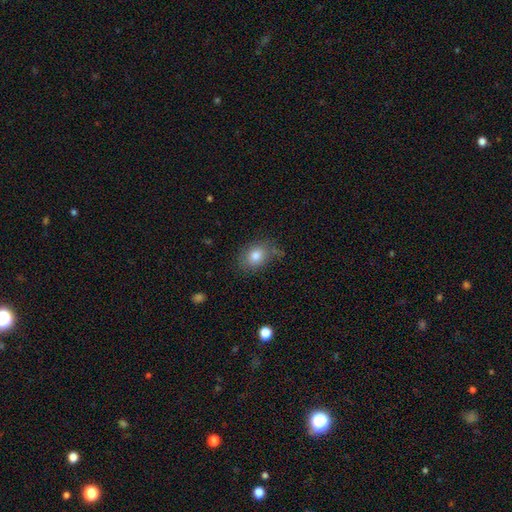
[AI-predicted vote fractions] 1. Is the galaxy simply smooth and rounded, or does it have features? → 80% smooth, 11% featured or disk, 9% star or artifact.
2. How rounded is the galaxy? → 61% in between, 38% round, 1% cigar-shaped.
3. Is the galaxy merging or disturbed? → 70% none, 21% minor disturbance, 6% major disturbance, 3% merger.